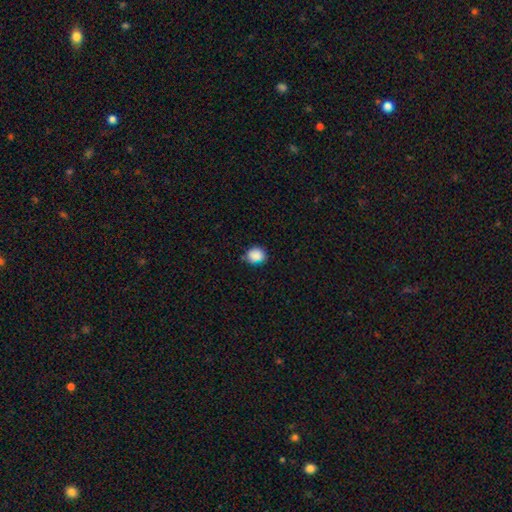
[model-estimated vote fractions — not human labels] A smooth galaxy with no disk features (86%) that is round (65%).

Vote fractions:
- Smooth or featured? smooth: 86% / star or artifact: 9% / featured or disk: 5%
- How rounded? round: 65% / in between: 34% / cigar-shaped: 1%
- Merging? none: 72% / minor disturbance: 22% / major disturbance: 4% / merger: 2%